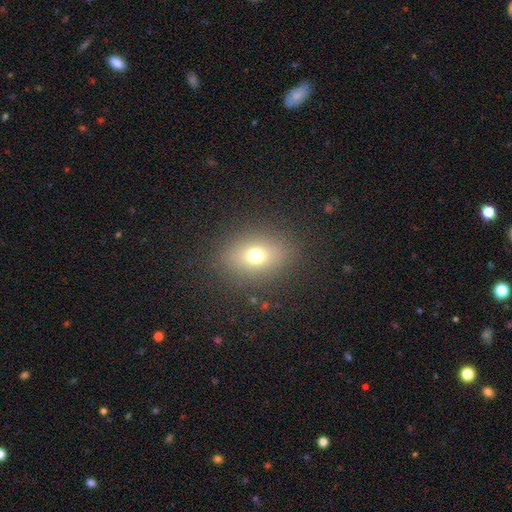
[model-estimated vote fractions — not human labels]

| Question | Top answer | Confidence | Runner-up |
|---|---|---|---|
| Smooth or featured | smooth | 71% | star or artifact (16%) |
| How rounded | in between | 63% | round (35%) |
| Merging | none | 86% | minor disturbance (9%) |